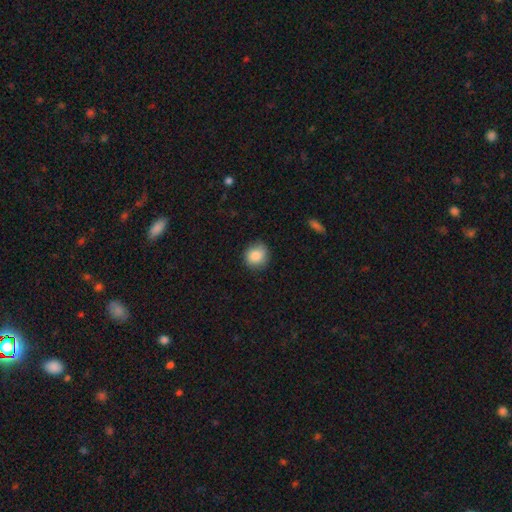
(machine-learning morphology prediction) A smooth galaxy with no disk features (86%) that is round (85%). Merging: none (81%).